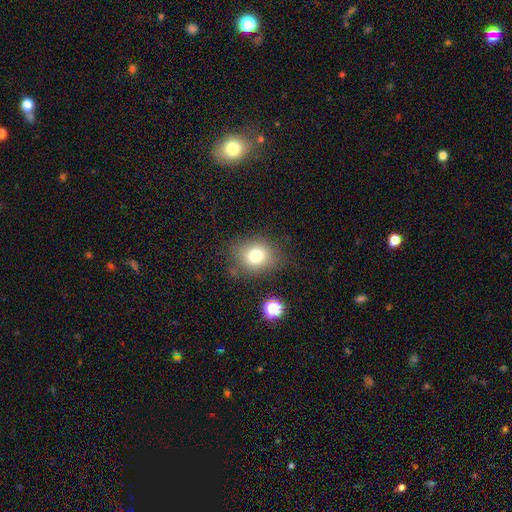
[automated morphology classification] Q: Smooth or featured?
A: smooth (76%); runner-up: star or artifact (13%)
Q: How rounded?
A: round (61%); runner-up: in between (38%)
Q: Merging?
A: none (77%); runner-up: minor disturbance (15%)